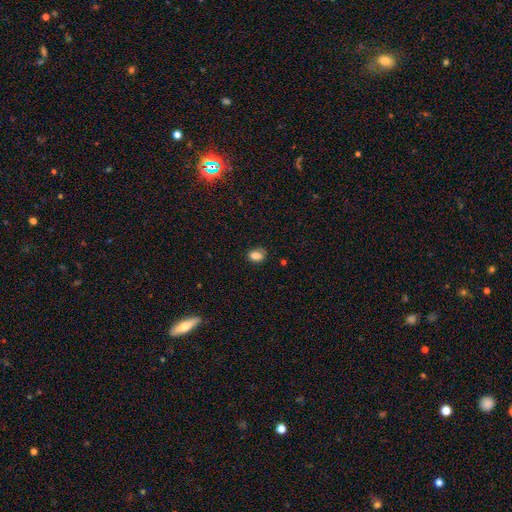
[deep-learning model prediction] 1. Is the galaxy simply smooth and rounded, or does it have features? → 83% smooth, 11% star or artifact, 6% featured or disk.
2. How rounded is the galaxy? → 74% in between, 24% round, 2% cigar-shaped.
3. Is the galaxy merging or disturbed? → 75% none, 19% minor disturbance, 4% major disturbance, 2% merger.